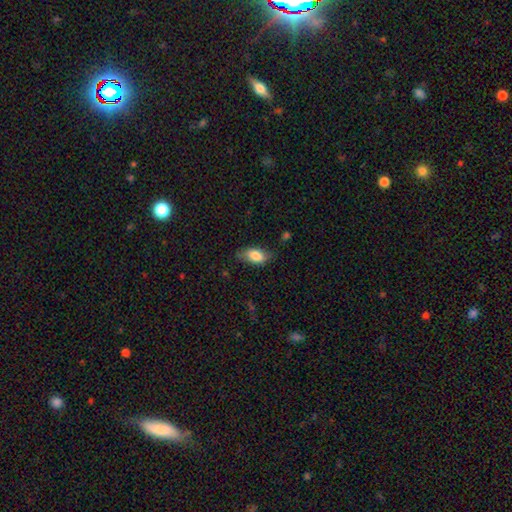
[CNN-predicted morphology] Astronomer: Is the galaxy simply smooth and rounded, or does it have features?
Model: smooth — 81%.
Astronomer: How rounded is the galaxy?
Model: in between — 90%.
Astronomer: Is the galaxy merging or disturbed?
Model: none — 66%.